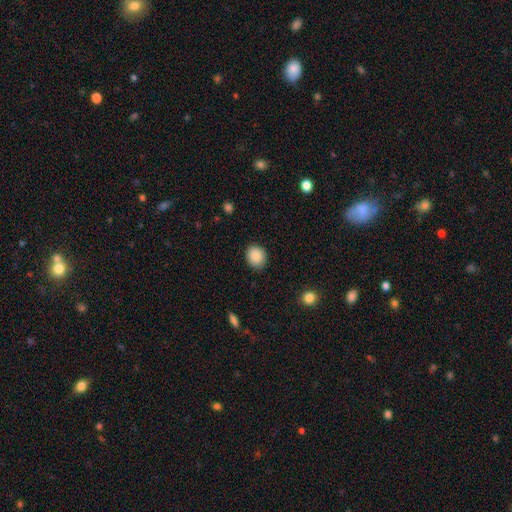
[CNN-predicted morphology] Smooth or featured?
  - smooth: 88% *
  - star or artifact: 8%
  - featured or disk: 4%
How rounded?
  - round: 64% *
  - in between: 35%
  - cigar-shaped: 1%
Merging?
  - none: 88% *
  - minor disturbance: 9%
  - major disturbance: 2%
  - merger: 1%